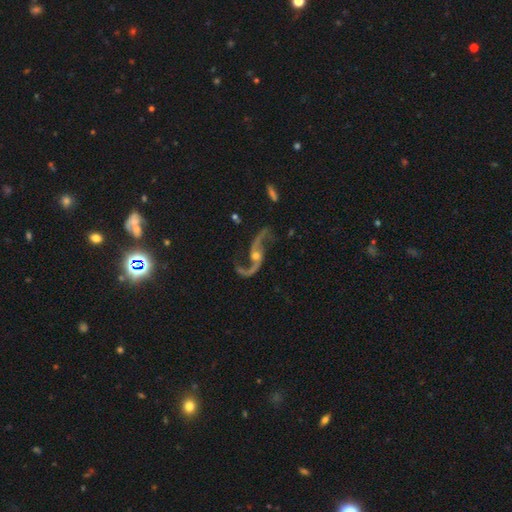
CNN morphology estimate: Smooth or featured?
  - featured or disk: 90% *
  - star or artifact: 7%
  - smooth: 3%
Edge-on disk?
  - no: 95% *
  - yes: 5%
Bar?
  - no: 52% *
  - weak: 32%
  - strong: 15%
Spiral arms?
  - yes: 98% *
  - no: 2%
Spiral winding?
  - loose: 82% *
  - medium: 14%
  - tight: 4%
Spiral arm count?
  - 2: 93% *
  - 1: 2%
  - can't tell: 1%
  - 3: 1%
  - 4: 1%
  - more than 4: 1%
Bulge size?
  - small: 46% *
  - moderate: 45%
  - none: 4%
  - large: 4%
  - dominant: 2%
Merging?
  - none: 74% *
  - minor disturbance: 13%
  - major disturbance: 10%
  - merger: 3%